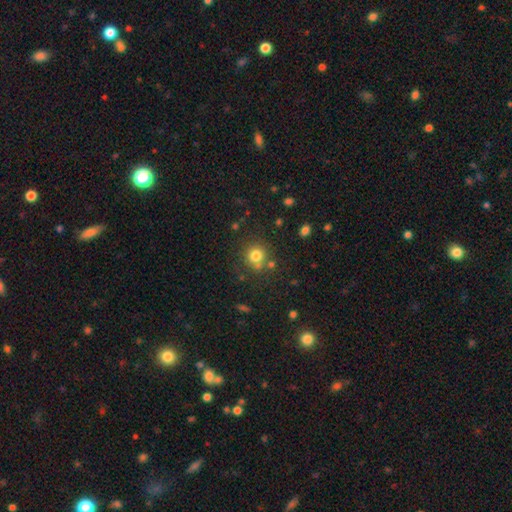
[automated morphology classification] smooth_or_featured: smooth (p=0.77) [alt: star or artifact p=0.14]
how_rounded: round (p=0.89) [alt: in between p=0.10]
merging: none (p=0.71) [alt: merger p=0.13]